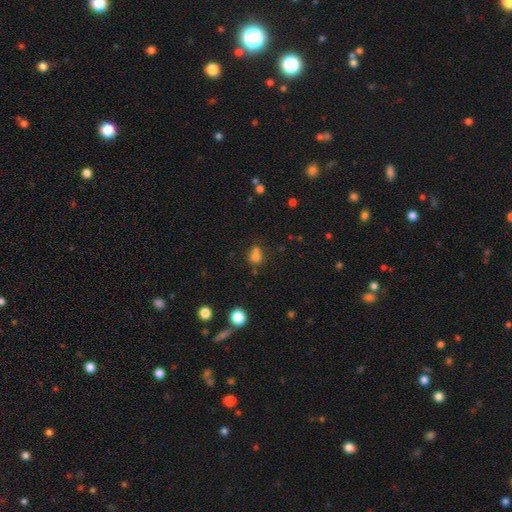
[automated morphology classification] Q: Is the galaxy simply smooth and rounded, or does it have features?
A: smooth — 72%.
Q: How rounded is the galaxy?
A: round — 70%.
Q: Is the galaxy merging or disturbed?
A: none — 48%.